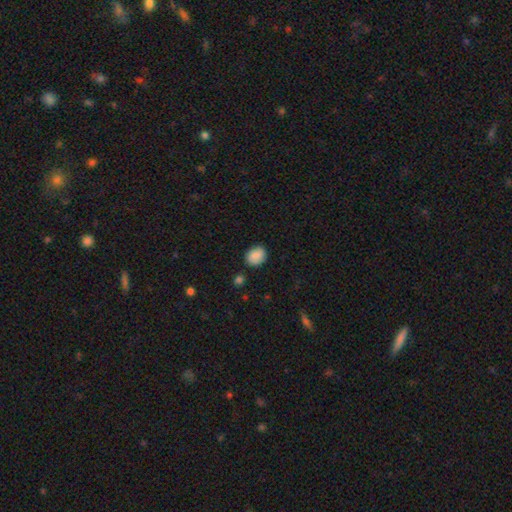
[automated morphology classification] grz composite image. It shows a smooth galaxy with no disk features (80%) that is round (52%). Merging: none (78%).